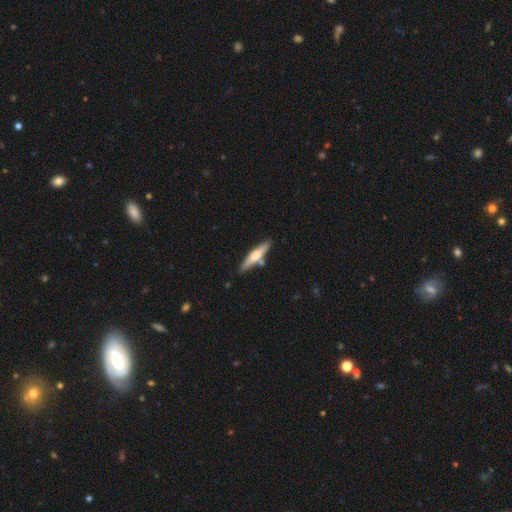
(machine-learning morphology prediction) A featured or disk galaxy (51%) viewed edge-on (94%). Merging: none (80%).